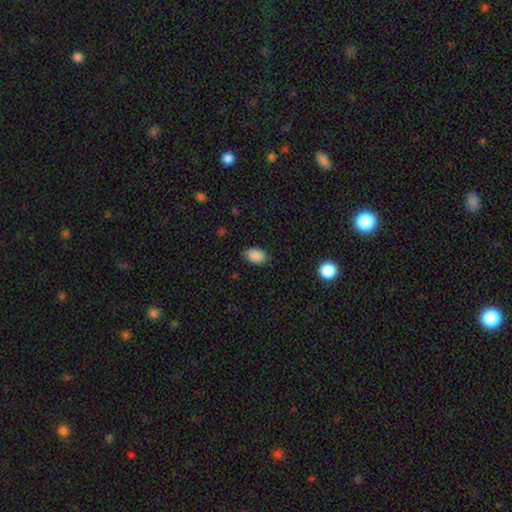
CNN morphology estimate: This appears to be a smooth galaxy with no disk features (89%) that is in between round and cigar-shaped (81%). Merging: none (83%).